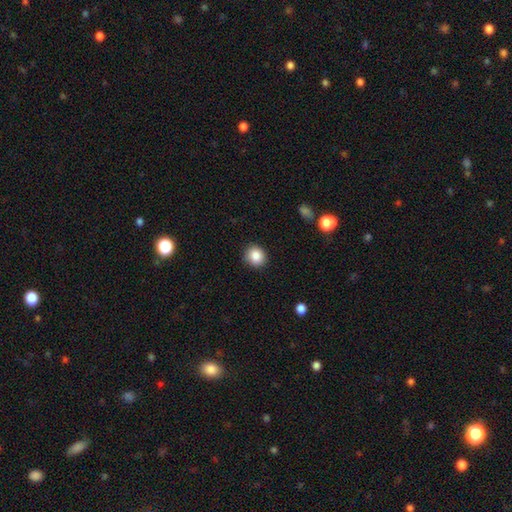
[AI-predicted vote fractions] smooth-or-featured: smooth: 86% | star or artifact: 9% | featured or disk: 5%
  how-rounded: round: 82% | in between: 17% | cigar-shaped: 1%
  merging: none: 89% | minor disturbance: 8% | major disturbance: 2% | merger: 1%